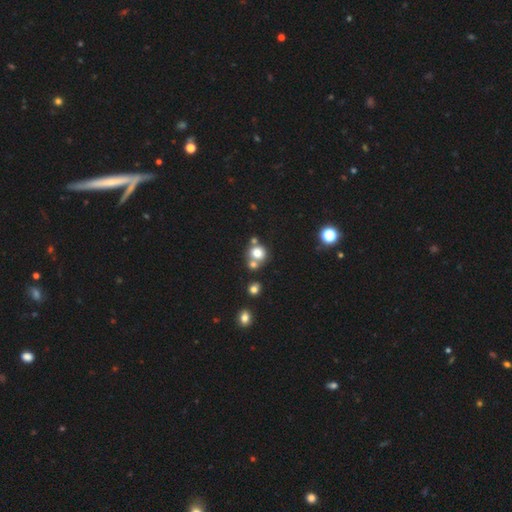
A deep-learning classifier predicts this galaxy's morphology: smooth 71%, star or artifact 16%, featured or disk 12%. Down the decision tree: how rounded — round (82%); merging — none (50%).